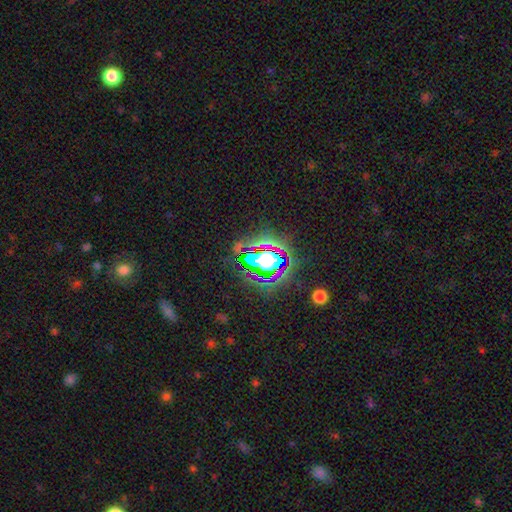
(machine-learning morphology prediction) smooth_or_featured: star or artifact (p=0.78) [alt: smooth p=0.13]